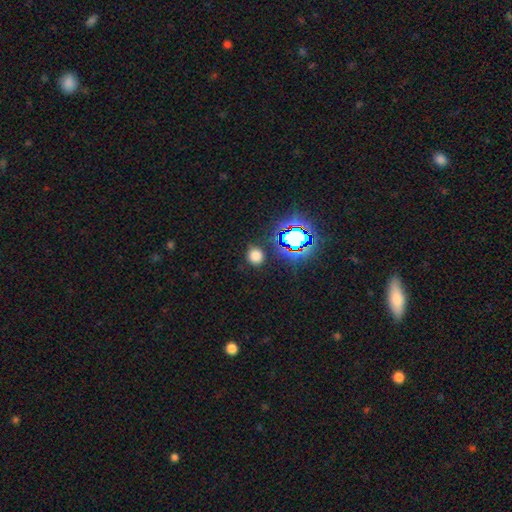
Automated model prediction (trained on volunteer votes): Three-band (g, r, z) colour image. It shows a smooth galaxy with no disk features (70%) that is round (85%). Merging: none (85%).